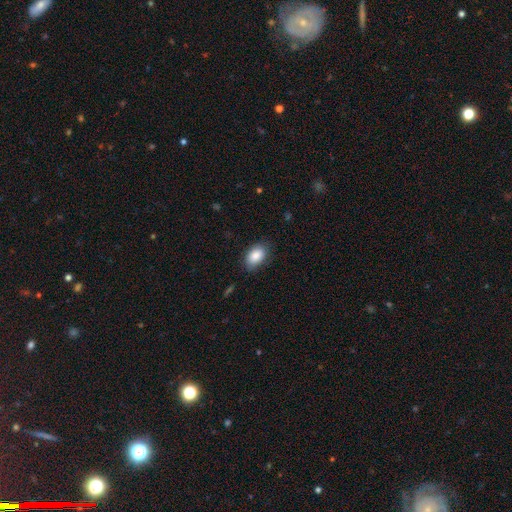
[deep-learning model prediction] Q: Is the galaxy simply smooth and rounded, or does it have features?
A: smooth — 87%.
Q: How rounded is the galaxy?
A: in between — 88%.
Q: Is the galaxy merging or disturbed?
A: none — 81%.